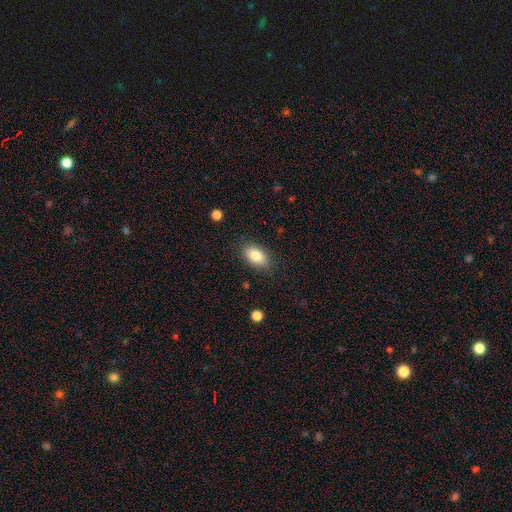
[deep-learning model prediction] Smooth or featured? Predicted: smooth (p=0.83). How rounded? Predicted: in between (p=0.91). Merging? Predicted: none (p=0.85).